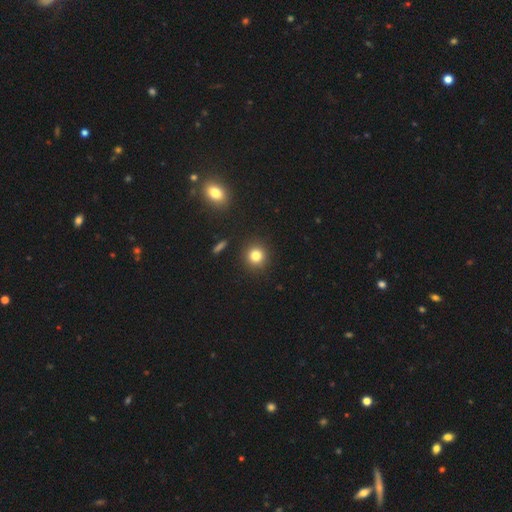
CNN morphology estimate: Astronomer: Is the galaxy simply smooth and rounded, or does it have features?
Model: smooth — 81%.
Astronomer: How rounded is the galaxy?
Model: round — 90%.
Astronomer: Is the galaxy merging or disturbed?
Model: none — 91%.